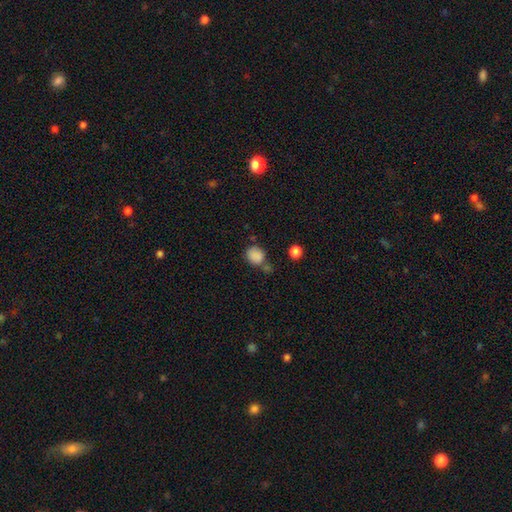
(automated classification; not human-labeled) smooth-or-featured: smooth: 85% | star or artifact: 11% | featured or disk: 5%
  how-rounded: round: 65% | in between: 34% | cigar-shaped: 1%
  merging: none: 55% | minor disturbance: 20% | merger: 18% | major disturbance: 7%